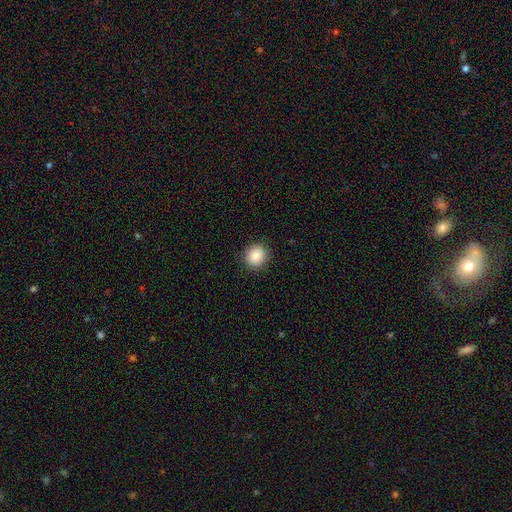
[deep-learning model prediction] Morphology: type=smooth (86%); roundness=round (88%); merging=none (91%).